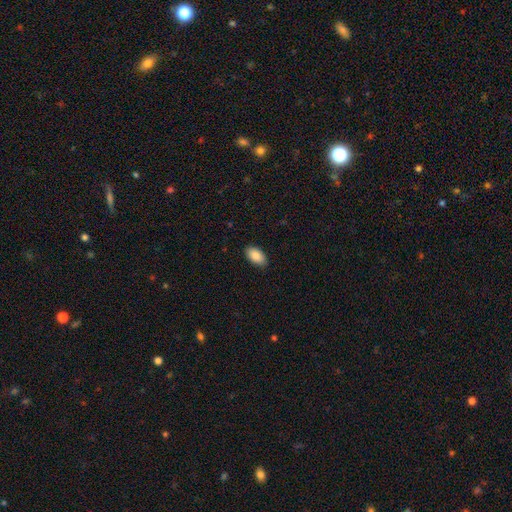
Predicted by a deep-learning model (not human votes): A smooth galaxy with no disk features (89%) that is in between round and cigar-shaped (95%). Merging: none (87%).